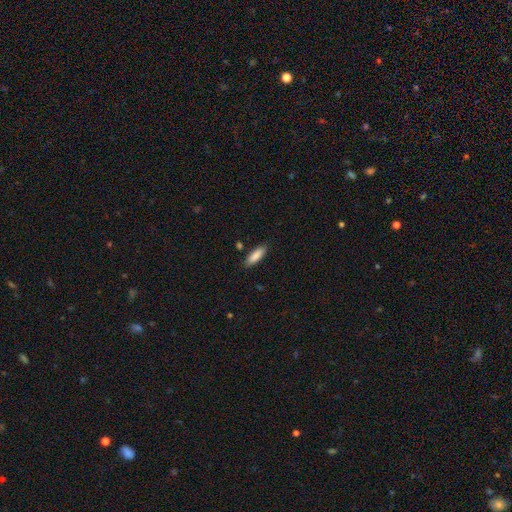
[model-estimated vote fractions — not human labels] The model was most divided on "how rounded": in between: 56%, cigar-shaped: 42%, round: 2%. More confident: smooth or featured — smooth (87%); merging — none (86%).